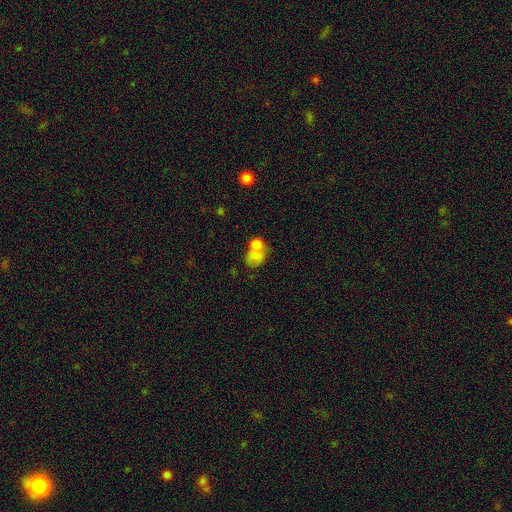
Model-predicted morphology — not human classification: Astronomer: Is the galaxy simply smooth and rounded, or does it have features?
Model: smooth — 74%.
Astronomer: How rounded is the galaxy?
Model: in between — 51% (runner-up: round, 47%).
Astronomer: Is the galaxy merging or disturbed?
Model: merger — 48% (runner-up: none, 28%).